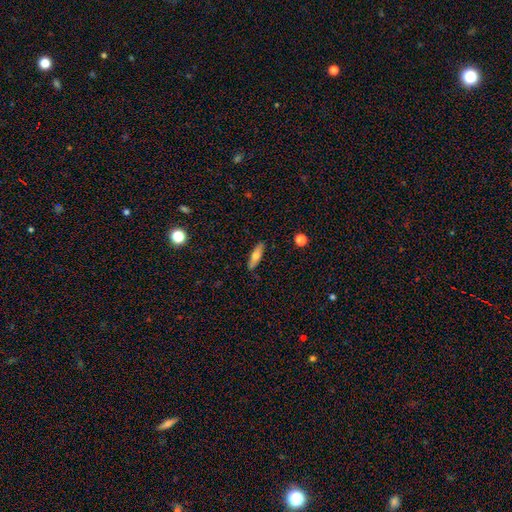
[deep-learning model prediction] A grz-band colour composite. It shows a smooth galaxy with no disk features (63%) that is cigar-shaped (57%). Merging: none (88%).